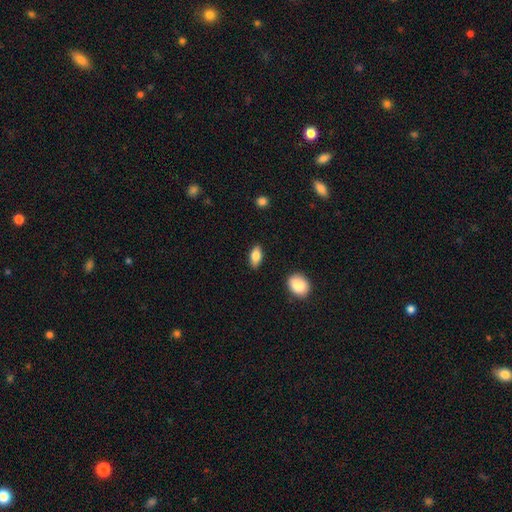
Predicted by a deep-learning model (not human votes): smooth-or-featured: smooth: 81% | featured or disk: 12% | star or artifact: 7%
  how-rounded: in between: 87% | cigar-shaped: 8% | round: 5%
  merging: none: 86% | minor disturbance: 10% | major disturbance: 2% | merger: 2%